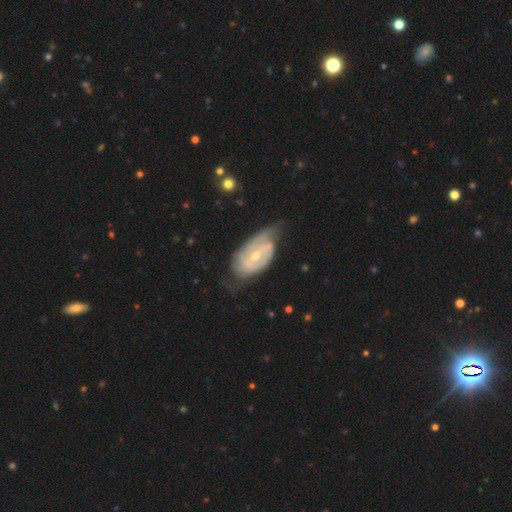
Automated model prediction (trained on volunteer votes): This appears to be a featured or disk galaxy (79%) with a weak bar (48%), 2 (58%) tight (47%) spiral arms (86%) and a small central bulge (55%). Merging: none (50%).